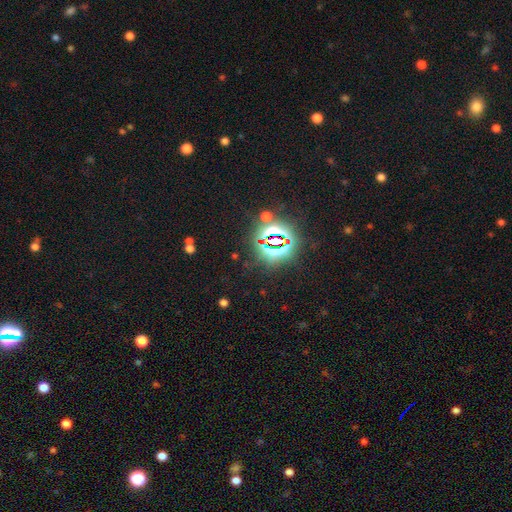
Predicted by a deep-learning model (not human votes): The model was most divided on "smooth or featured": star or artifact: 82%, smooth: 11%, featured or disk: 7%.